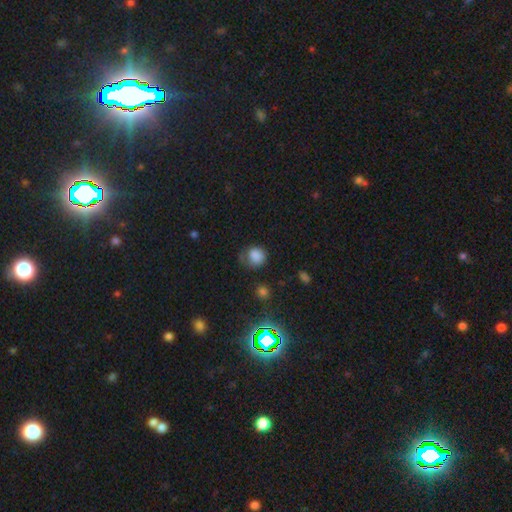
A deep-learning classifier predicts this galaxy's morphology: Q: Smooth or featured?
A: smooth (81%); runner-up: star or artifact (12%)
Q: How rounded?
A: round (77%); runner-up: in between (22%)
Q: Merging?
A: none (54%); runner-up: minor disturbance (27%)